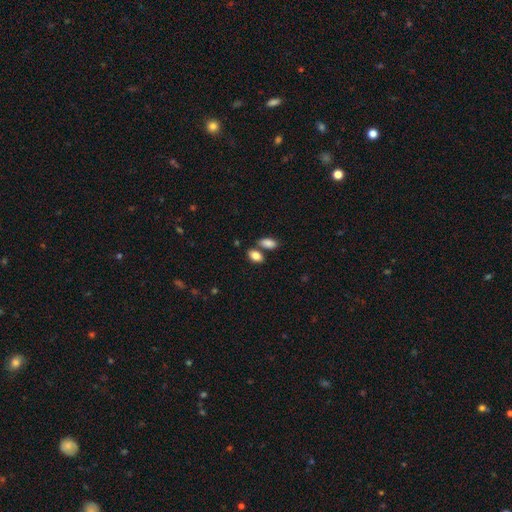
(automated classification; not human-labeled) Smooth or featured? Predicted: smooth (p=0.85). How rounded? Predicted: in between (p=0.90). Merging? Predicted: none (p=0.61).